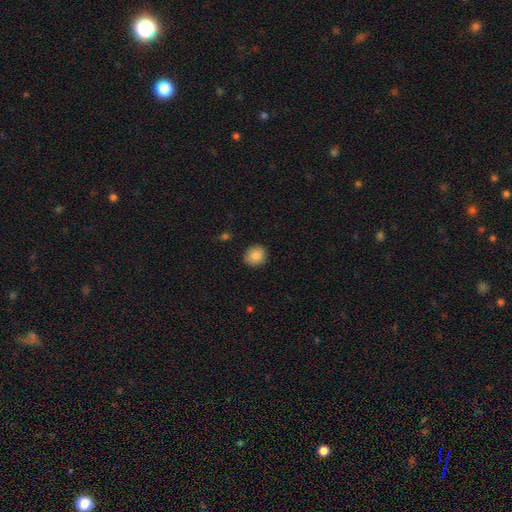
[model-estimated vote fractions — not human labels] smooth_or_featured: smooth (p=0.87) [alt: star or artifact p=0.08]
how_rounded: round (p=0.88) [alt: in between p=0.11]
merging: none (p=0.89) [alt: minor disturbance p=0.08]